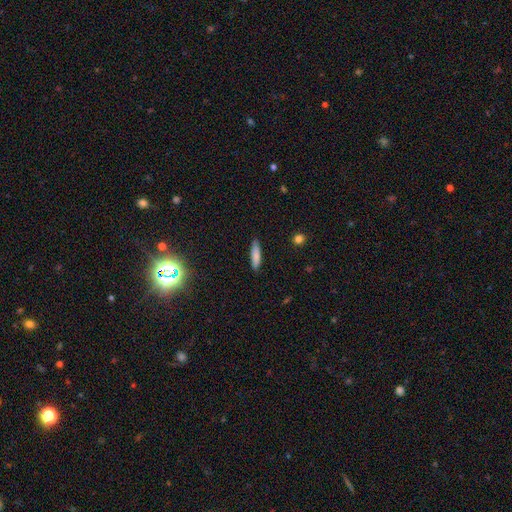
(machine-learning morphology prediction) smooth 83%, featured or disk 10%, star or artifact 7%. Down the decision tree: how rounded — cigar-shaped (74%); merging — none (86%).